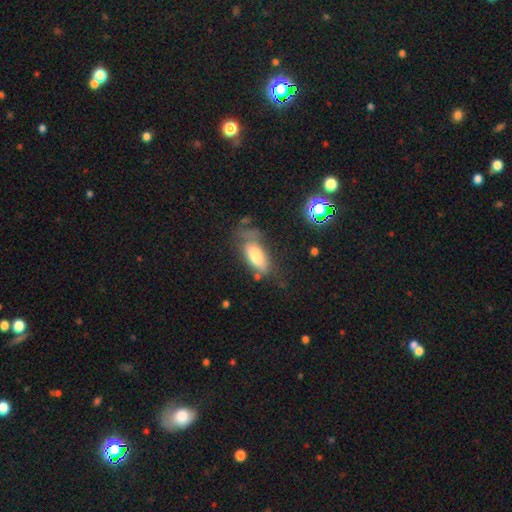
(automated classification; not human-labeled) A smooth galaxy with no disk features (71%) that is in between round and cigar-shaped (83%).

Vote fractions:
- Smooth or featured? smooth: 71% / featured or disk: 20% / star or artifact: 8%
- How rounded? in between: 83% / cigar-shaped: 15% / round: 2%
- Merging? none: 47% / minor disturbance: 28% / major disturbance: 19% / merger: 6%